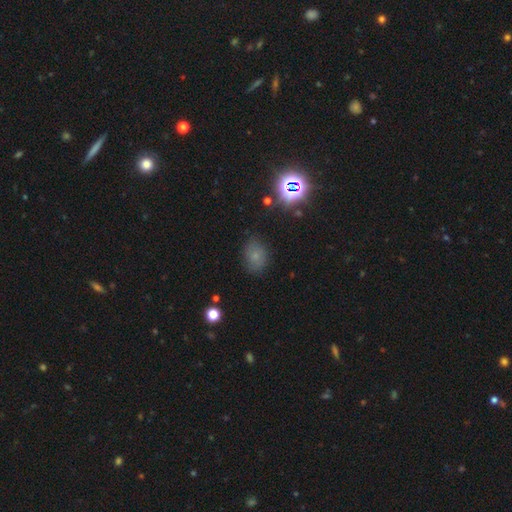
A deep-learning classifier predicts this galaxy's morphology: This appears to be a smooth galaxy with no disk features (67%) that is in between round and cigar-shaped (67%). Merging: none (74%).